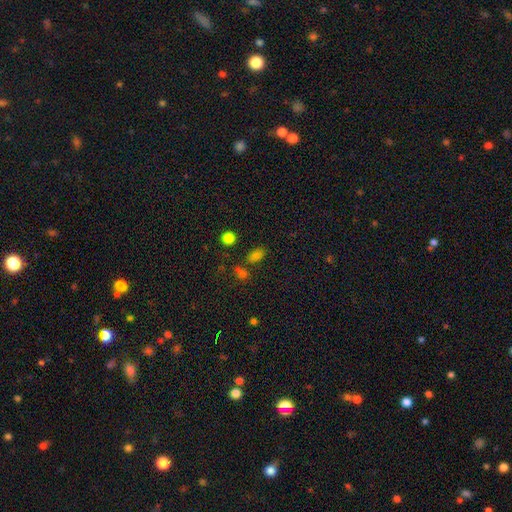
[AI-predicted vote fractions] This is likely a smooth galaxy (75%). How rounded: clearly in between (85%). Merging: likely none (69%).